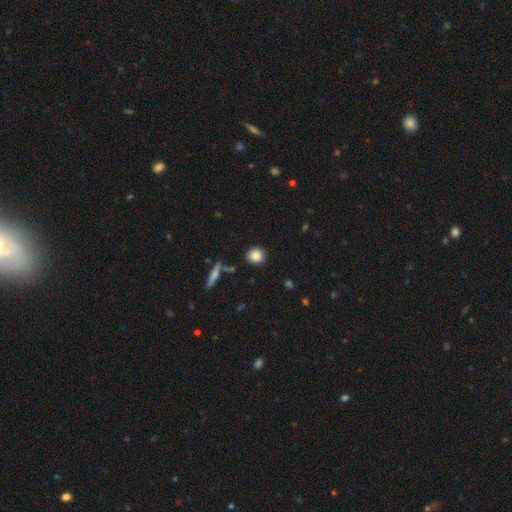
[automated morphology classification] type=smooth (86%); roundness=round (80%); merging=none (88%).